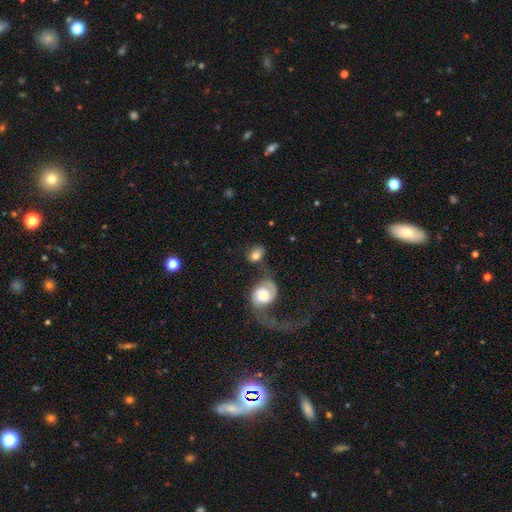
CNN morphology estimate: smooth_or_featured: smooth (p=0.66) [alt: featured or disk p=0.26]
how_rounded: in between (p=0.64) [alt: round p=0.34]
merging: none (p=0.45) [alt: merger p=0.24]